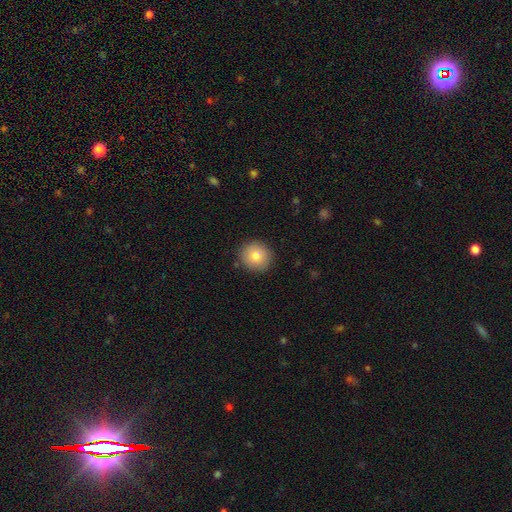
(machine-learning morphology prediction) Q: Smooth or featured?
A: smooth (82%); runner-up: featured or disk (9%)
Q: How rounded?
A: round (90%); runner-up: in between (9%)
Q: Merging?
A: none (89%); runner-up: minor disturbance (8%)